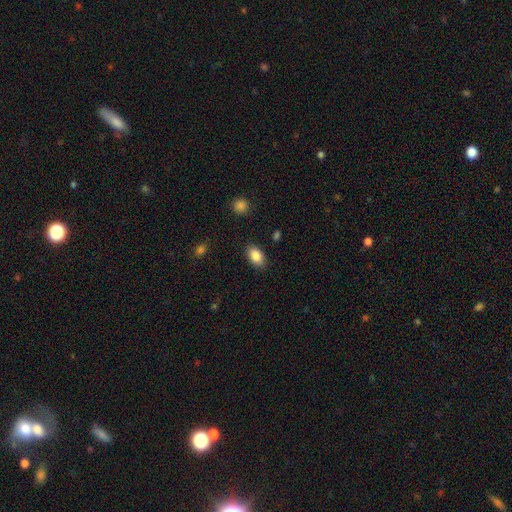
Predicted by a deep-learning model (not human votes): Smooth or featured? smooth (87%)
How rounded? in between (91%)
Merging? none (86%)